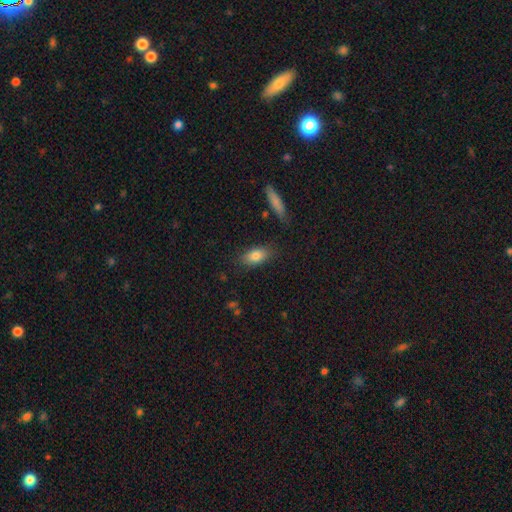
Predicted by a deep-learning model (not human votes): smooth 81%, featured or disk 11%, star or artifact 8%. Down the decision tree: how rounded — in between (85%); merging — none (81%).